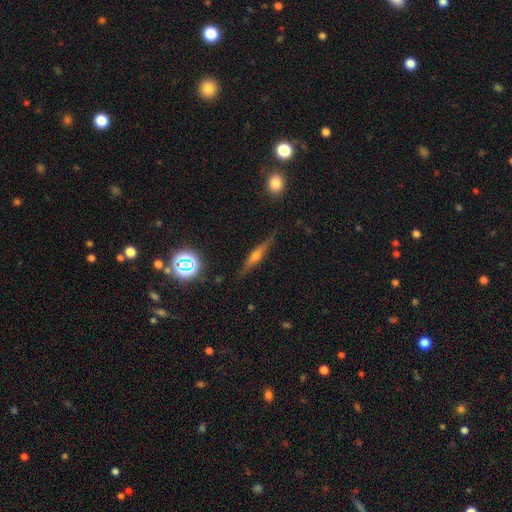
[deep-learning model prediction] Overall: featured or disk (66%). Edge-on disk: yes (96%). Edge-on bulge: rounded (86%). Merging: none (85%).